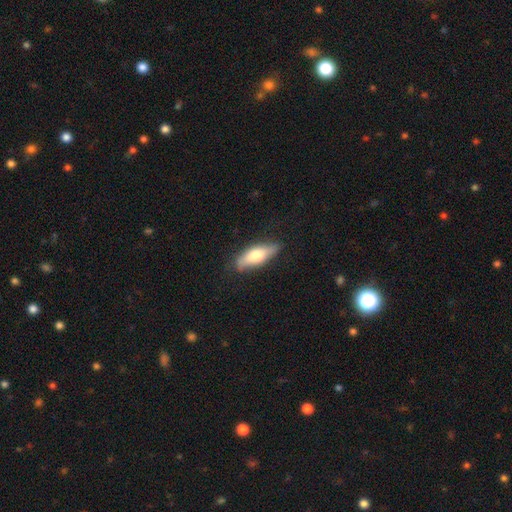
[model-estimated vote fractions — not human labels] Morphology: type=smooth (63%); roundness=in between (60%); merging=none (79%).